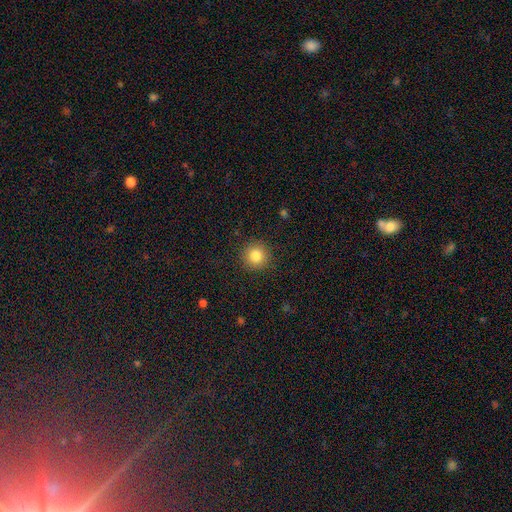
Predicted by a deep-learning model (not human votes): This appears to be a smooth galaxy with no disk features (84%) that is round (94%). Merging: none (91%).